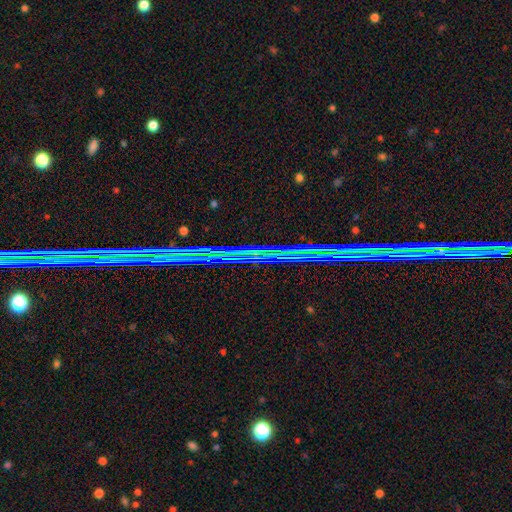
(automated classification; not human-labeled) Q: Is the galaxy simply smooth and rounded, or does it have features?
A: star or artifact — 87%.